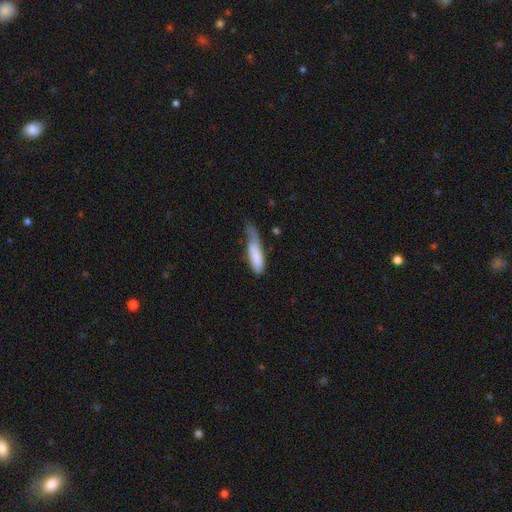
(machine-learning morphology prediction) A smooth galaxy with no disk features (77%) that is cigar-shaped (54%). Merging: minor disturbance (39%).